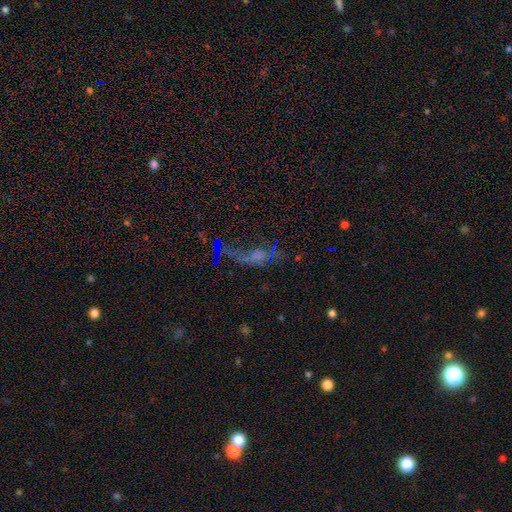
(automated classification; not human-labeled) Overall: star or artifact (45%; featured or disk 28%).